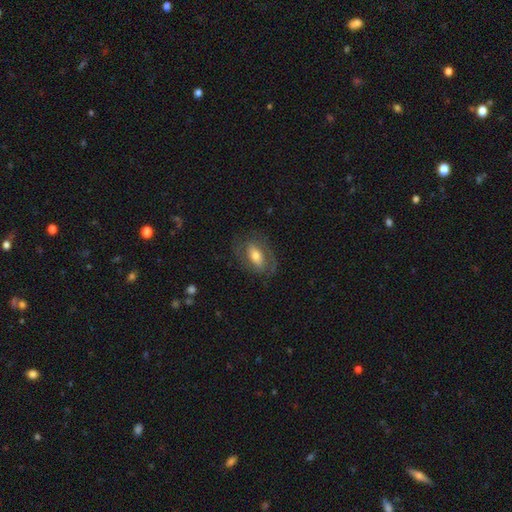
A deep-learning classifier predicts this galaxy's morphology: Smooth or featured? Predicted: featured or disk (p=0.48). Merging? Predicted: none (p=0.70).